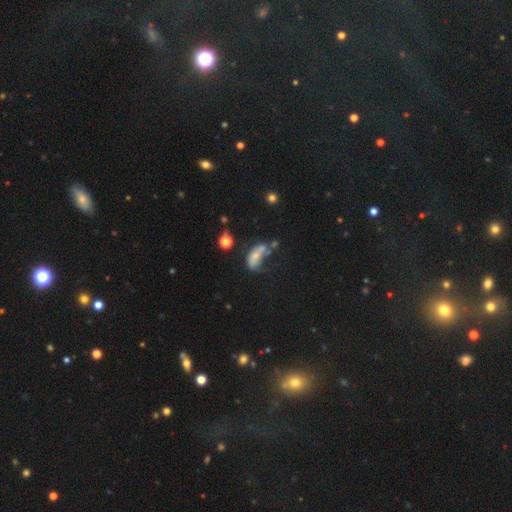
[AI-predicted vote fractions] Smooth or featured? smooth (55%)
How rounded? in between (82%)
Merging? major disturbance (32%)